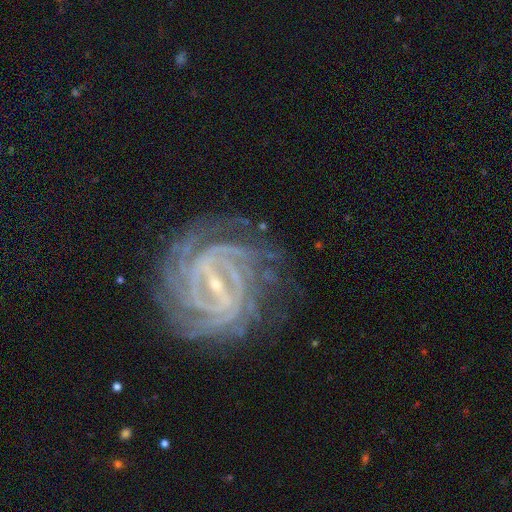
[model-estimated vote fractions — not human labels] Smooth or featured?
  - featured or disk: 91% *
  - star or artifact: 6%
  - smooth: 3%
Edge-on disk?
  - no: 97% *
  - yes: 3%
Bar?
  - strong: 66% *
  - weak: 27%
  - no: 8%
Spiral arms?
  - yes: 98% *
  - no: 2%
Spiral winding?
  - tight: 78% *
  - medium: 19%
  - loose: 3%
Spiral arm count?
  - 4: 30% *
  - 3: 17%
  - can't tell: 16%
  - more than 4: 15%
  - 2: 14%
  - 1: 8%
Bulge size?
  - small: 80% *
  - moderate: 14%
  - none: 3%
  - large: 1%
  - dominant: 1%
Merging?
  - none: 79% *
  - minor disturbance: 14%
  - major disturbance: 6%
  - merger: 1%